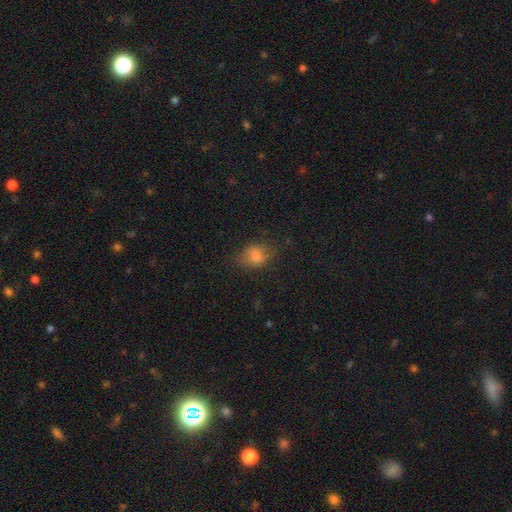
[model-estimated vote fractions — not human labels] smooth 75%, star or artifact 14%, featured or disk 11%. Down the decision tree: how rounded — in between (61%); merging — none (67%).